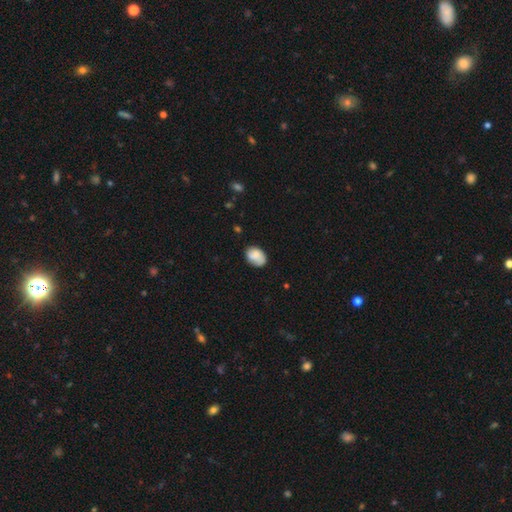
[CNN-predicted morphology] Smooth or featured: smooth — 79% (featured or disk — 14%)
How rounded: in between — 78% (round — 21%)
Merging: none — 68% (minor disturbance — 24%)